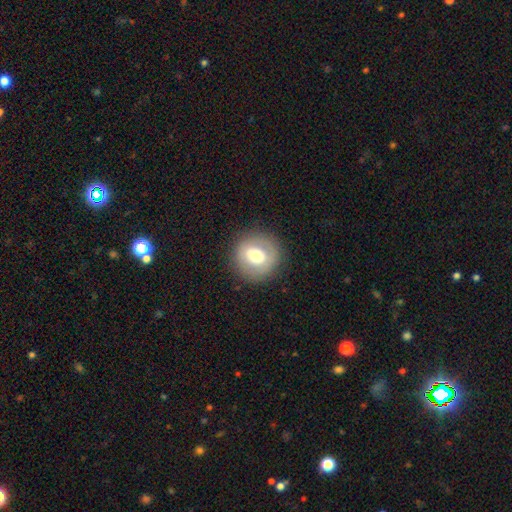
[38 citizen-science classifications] smooth-or-featured: smooth: 55% | featured or disk: 37% | star or artifact: 8%
  how-rounded: round: 100% | in between: 0% | cigar-shaped: 0%
  merging: none: 94% | minor disturbance: 3% | major disturbance: 3% | merger: 0%